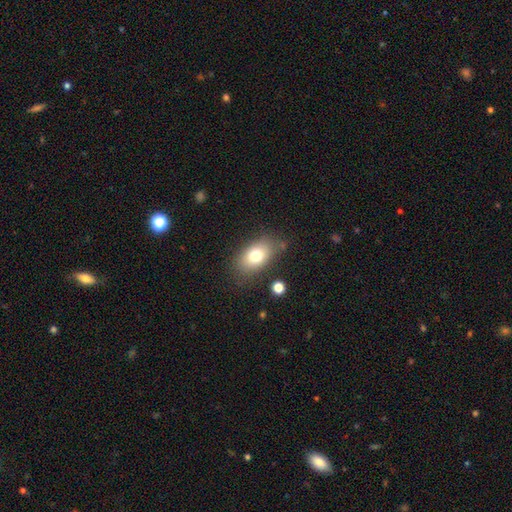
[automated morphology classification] smooth_or_featured: smooth (p=0.76) [alt: featured or disk p=0.15]
how_rounded: in between (p=0.87) [alt: round p=0.11]
merging: none (p=0.76) [alt: minor disturbance p=0.15]